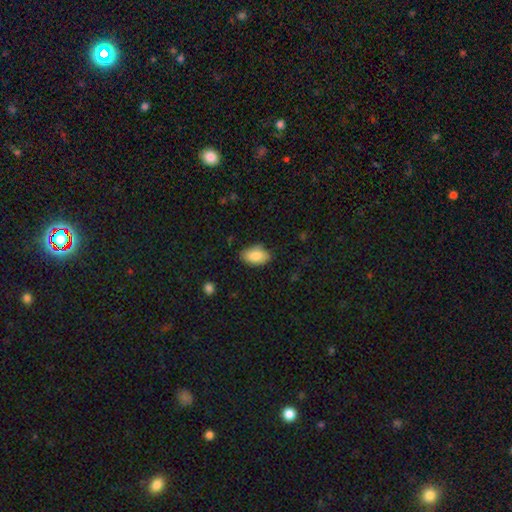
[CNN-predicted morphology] Smooth or featured? smooth (85%)
How rounded? in between (93%)
Merging? none (80%)